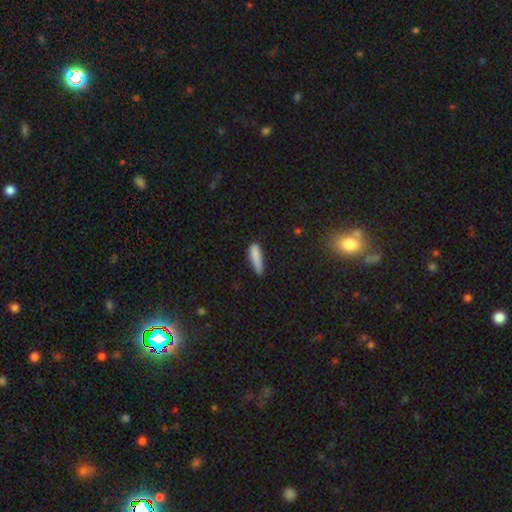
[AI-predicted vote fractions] Morphology: type=smooth (84%); roundness=cigar-shaped (71%); merging=none (61%).